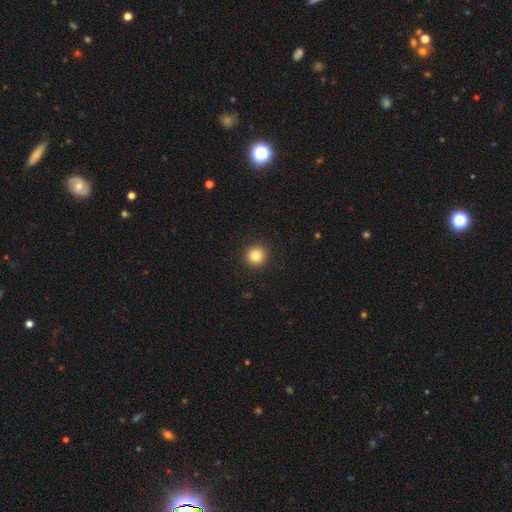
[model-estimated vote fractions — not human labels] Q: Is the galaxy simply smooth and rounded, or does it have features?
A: smooth — 83%.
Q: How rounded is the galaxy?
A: round — 95%.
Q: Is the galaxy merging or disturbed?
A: none — 93%.